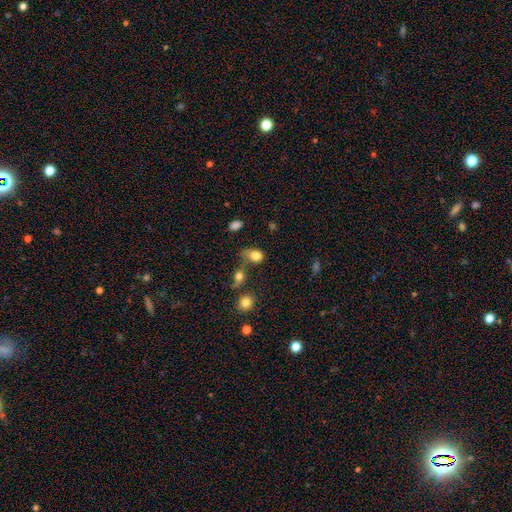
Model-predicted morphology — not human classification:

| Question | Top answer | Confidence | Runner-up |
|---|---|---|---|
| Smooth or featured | smooth | 81% | star or artifact (11%) |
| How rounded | in between | 70% | round (28%) |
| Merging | none | 42% | minor disturbance (23%) |